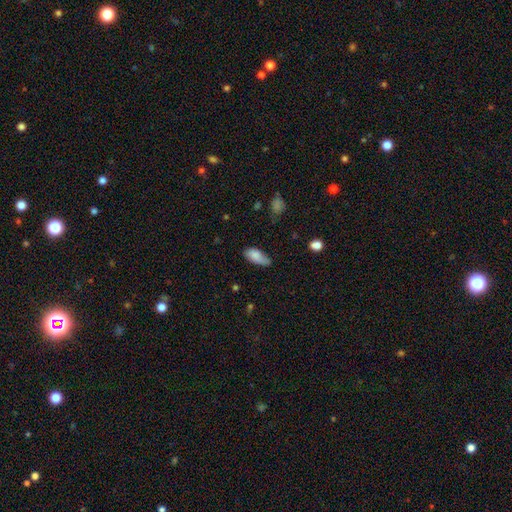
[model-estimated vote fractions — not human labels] Q: Smooth or featured?
A: smooth (80%); runner-up: featured or disk (13%)
Q: How rounded?
A: in between (88%); runner-up: cigar-shaped (10%)
Q: Merging?
A: none (48%); runner-up: minor disturbance (39%)